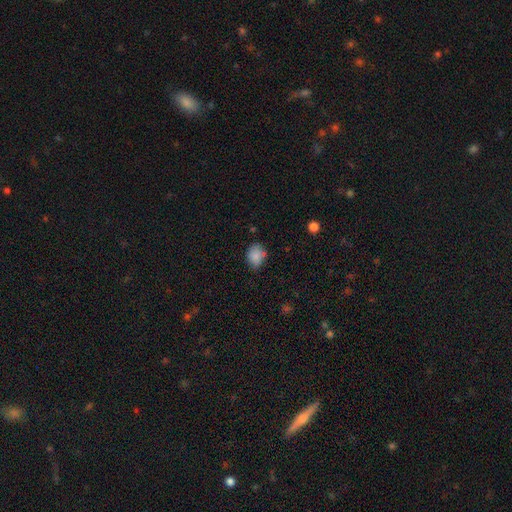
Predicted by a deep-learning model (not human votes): This is clearly a smooth galaxy (86%). How rounded: possibly in between (60%). Merging: likely none (65%).